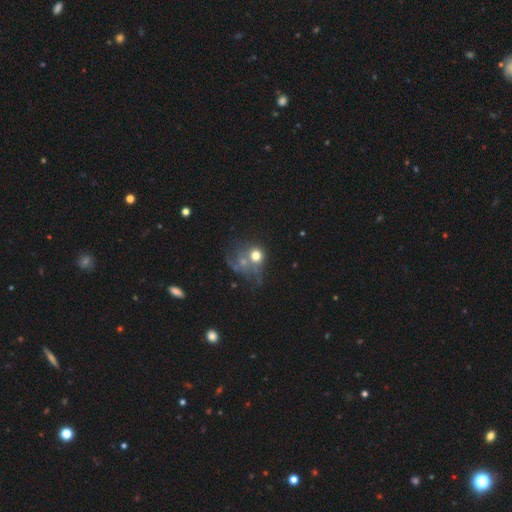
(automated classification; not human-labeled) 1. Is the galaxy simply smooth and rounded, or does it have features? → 55% smooth, 30% featured or disk, 15% star or artifact.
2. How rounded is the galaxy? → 71% round, 28% in between, 1% cigar-shaped.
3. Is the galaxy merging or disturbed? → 33% merger, 27% none, 26% major disturbance, 14% minor disturbance.